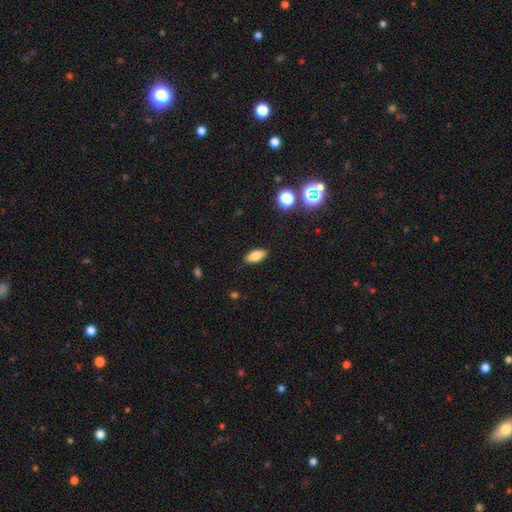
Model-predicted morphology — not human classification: This is likely a smooth galaxy (80%). How rounded: clearly in between (85%). Merging: clearly none (88%).